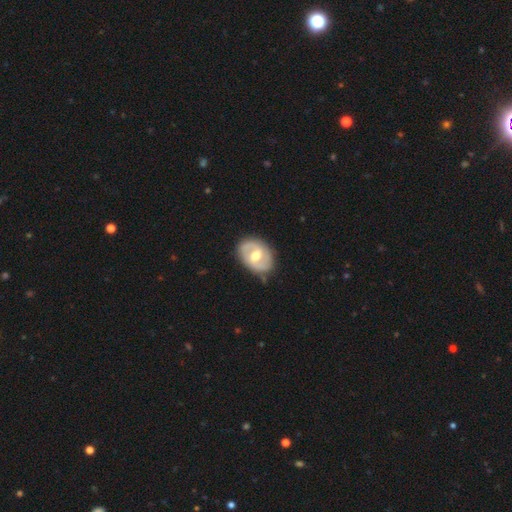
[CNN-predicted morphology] Smooth or featured? Predicted: featured or disk (p=0.63). Edge-on disk? Predicted: no (p=0.95). Bar? Predicted: weak (p=0.45). Spiral arms? Predicted: yes (p=0.53). Bulge size? Predicted: moderate (p=0.75). Merging? Predicted: none (p=0.76).